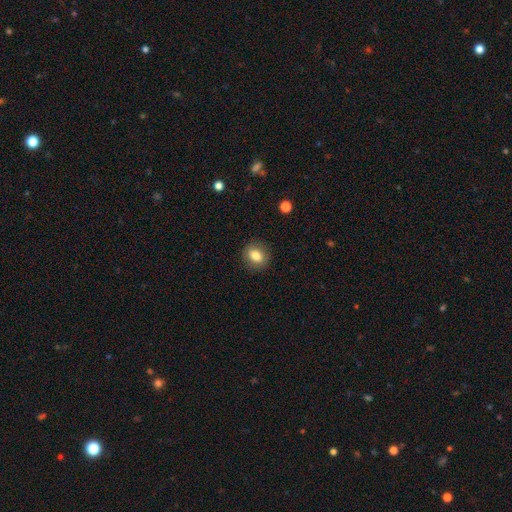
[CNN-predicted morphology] Smooth or featured? smooth (80%)
How rounded? round (56%)
Merging? none (87%)